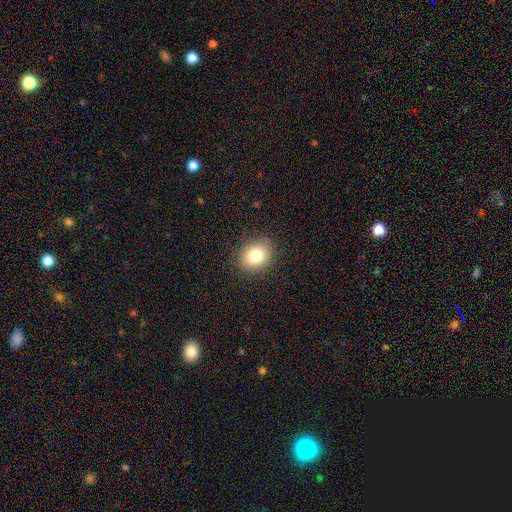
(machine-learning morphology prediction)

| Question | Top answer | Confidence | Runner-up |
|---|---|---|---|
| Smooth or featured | smooth | 80% | star or artifact (11%) |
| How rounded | round | 63% | in between (36%) |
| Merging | none | 88% | minor disturbance (8%) |